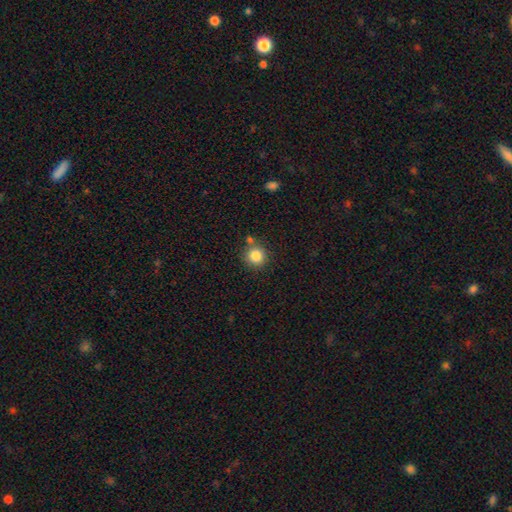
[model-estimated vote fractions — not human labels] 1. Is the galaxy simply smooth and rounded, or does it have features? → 85% smooth, 10% star or artifact, 5% featured or disk.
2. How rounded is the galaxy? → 91% round, 8% in between, 1% cigar-shaped.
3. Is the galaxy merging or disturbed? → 75% none, 12% merger, 10% minor disturbance, 3% major disturbance.